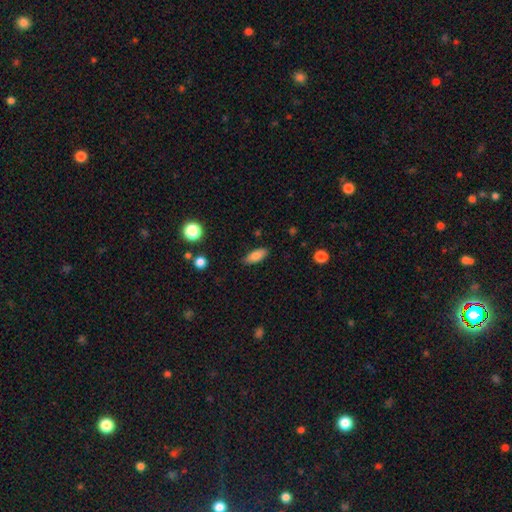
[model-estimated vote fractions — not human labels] Smooth or featured? smooth (80%)
How rounded? in between (83%)
Merging? none (83%)